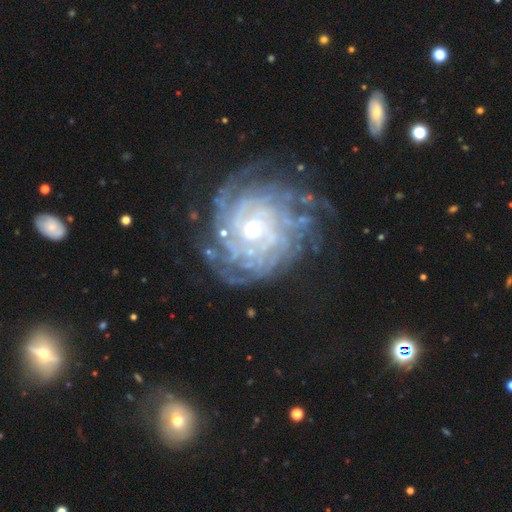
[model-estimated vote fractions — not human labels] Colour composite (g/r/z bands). It shows a featured or disk galaxy (85%) with no bar (60%), tight (83%) spiral arms (97%) and a small central bulge (53%). Merging: none (75%).